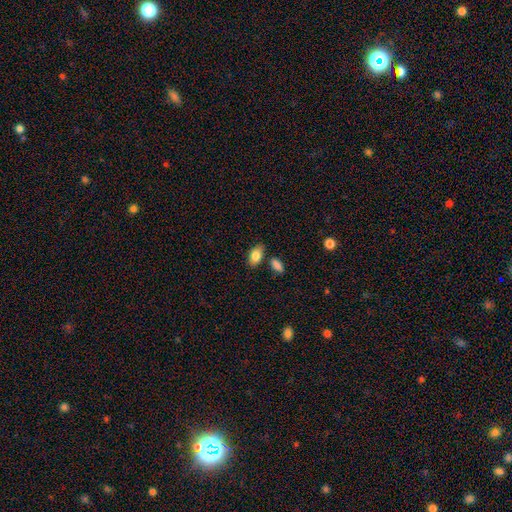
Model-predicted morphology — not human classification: smooth_or_featured: smooth (p=0.85) [alt: featured or disk p=0.08]
how_rounded: in between (p=0.90) [alt: round p=0.08]
merging: none (p=0.77) [alt: minor disturbance p=0.12]